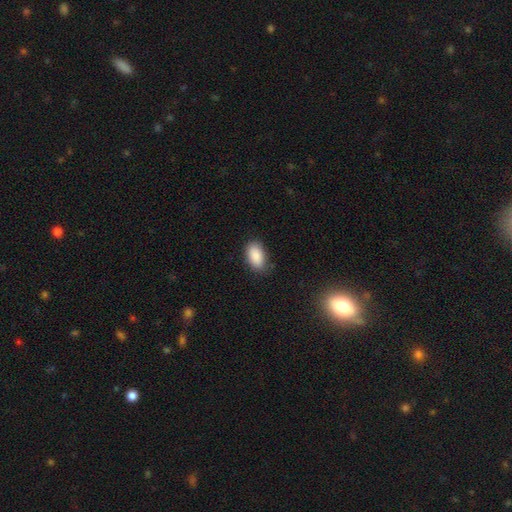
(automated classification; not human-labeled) Smooth or featured? smooth (89%)
How rounded? in between (93%)
Merging? none (81%)